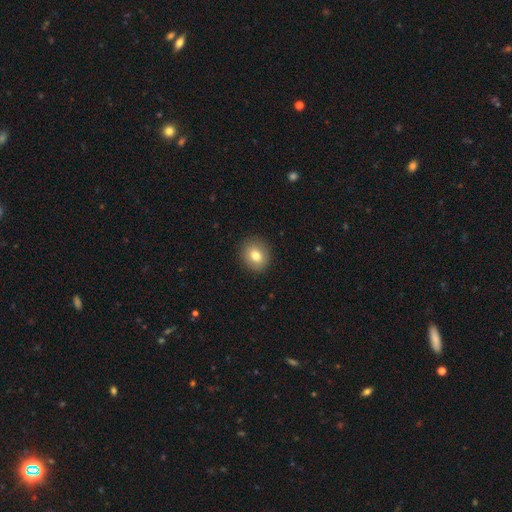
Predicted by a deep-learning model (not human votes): Smooth or featured? Predicted: smooth (p=0.78). How rounded? Predicted: round (p=0.73). Merging? Predicted: none (p=0.89).